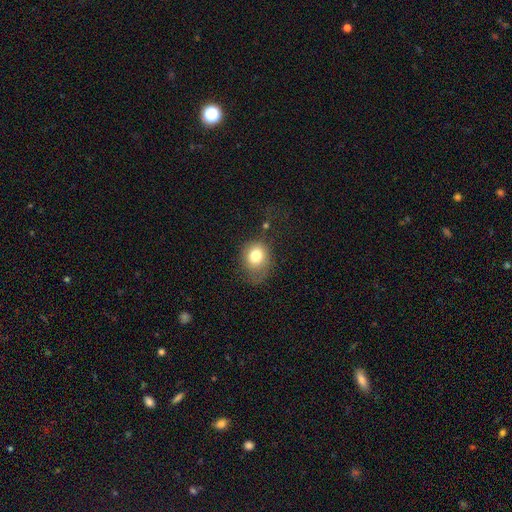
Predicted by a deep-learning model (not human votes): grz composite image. It shows a smooth galaxy with no disk features (78%) that is round (60%). Merging: none (50%).